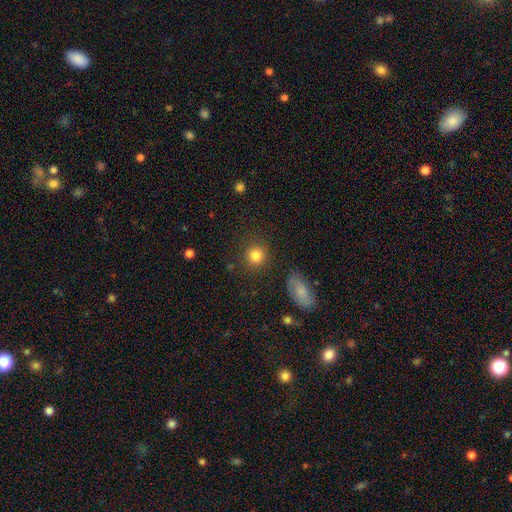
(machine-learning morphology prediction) The model was most divided on "smooth or featured": smooth: 83%, star or artifact: 11%, featured or disk: 6%. More confident: how rounded — round (89%); merging — none (87%).